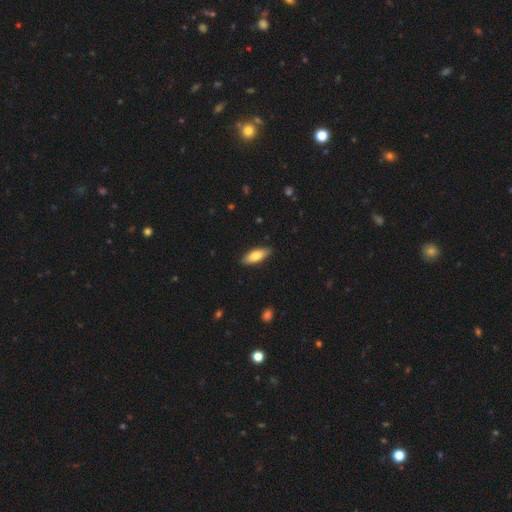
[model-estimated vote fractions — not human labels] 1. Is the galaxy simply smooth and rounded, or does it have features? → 75% smooth, 19% featured or disk, 6% star or artifact.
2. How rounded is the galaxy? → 70% in between, 28% cigar-shaped, 2% round.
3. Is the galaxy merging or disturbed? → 88% none, 10% minor disturbance, 2% major disturbance, 1% merger.